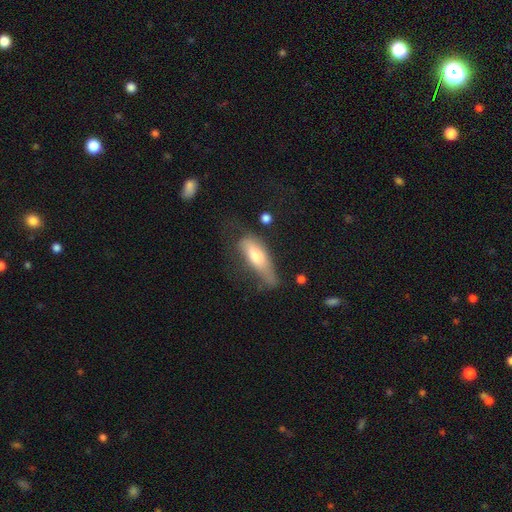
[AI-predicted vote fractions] Smooth or featured? smooth (64%)
How rounded? in between (59%)
Merging? major disturbance (35%)